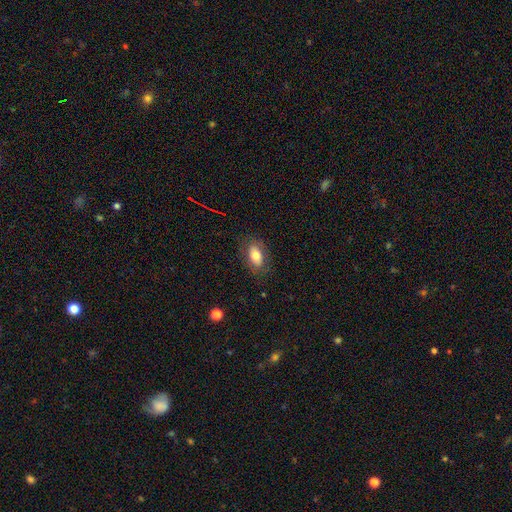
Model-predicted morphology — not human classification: Smooth or featured?
  - smooth: 75% *
  - featured or disk: 17%
  - star or artifact: 8%
How rounded?
  - in between: 89% *
  - round: 7%
  - cigar-shaped: 4%
Merging?
  - none: 80% *
  - minor disturbance: 14%
  - major disturbance: 5%
  - merger: 1%